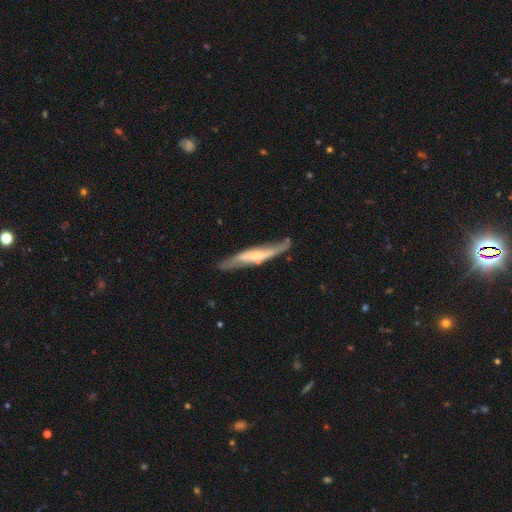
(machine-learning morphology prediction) featured or disk 58%, smooth 36%, star or artifact 6%. Down the decision tree: edge-on disk — yes (67%); merging — none (66%).